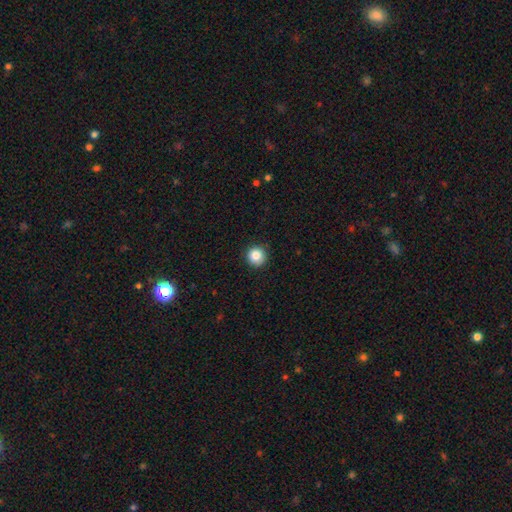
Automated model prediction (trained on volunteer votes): The model was most divided on "smooth or featured": smooth: 86%, star or artifact: 10%, featured or disk: 5%. More confident: how rounded — round (96%); merging — none (91%).